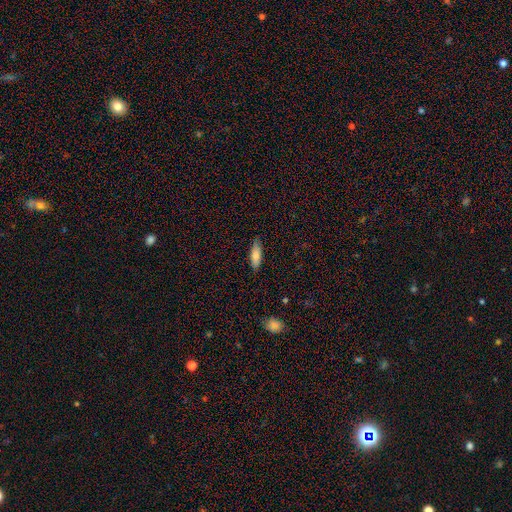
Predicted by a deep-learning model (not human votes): Overall: smooth (76%). How rounded: in between (51%; cigar-shaped 47%). Merging: none (84%).